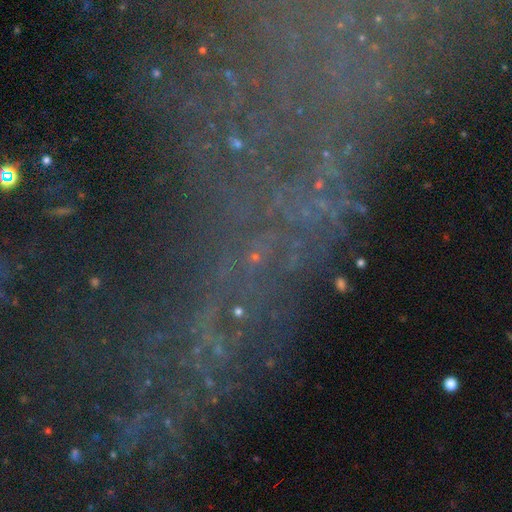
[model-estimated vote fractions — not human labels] Smooth or featured? star or artifact (69%)